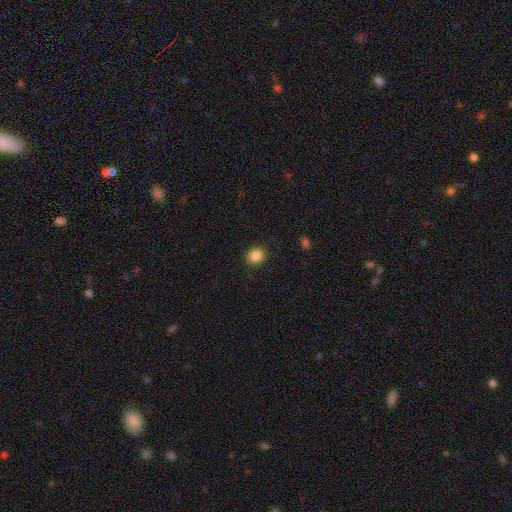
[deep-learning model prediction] Smooth or featured?
  - smooth: 85% *
  - star or artifact: 10%
  - featured or disk: 4%
How rounded?
  - round: 81% *
  - in between: 18%
  - cigar-shaped: 1%
Merging?
  - none: 90% *
  - minor disturbance: 7%
  - major disturbance: 2%
  - merger: 1%